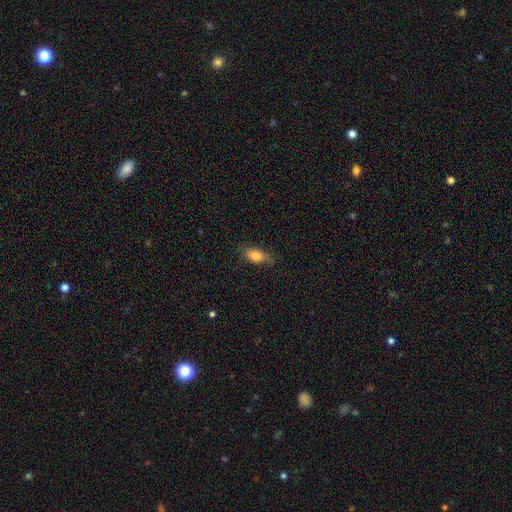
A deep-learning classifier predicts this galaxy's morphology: Smooth or featured?
  - smooth: 81% *
  - featured or disk: 12%
  - star or artifact: 8%
How rounded?
  - in between: 83% *
  - cigar-shaped: 12%
  - round: 5%
Merging?
  - none: 79% *
  - minor disturbance: 17%
  - major disturbance: 3%
  - merger: 1%